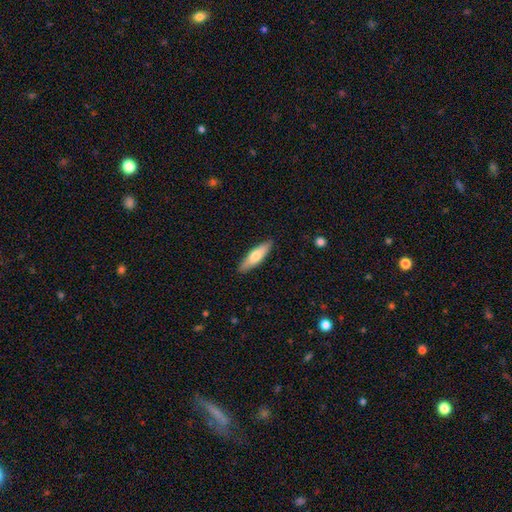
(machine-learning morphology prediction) This is likely a smooth galaxy (67%). How rounded: likely cigar-shaped (62%). Merging: clearly none (88%).